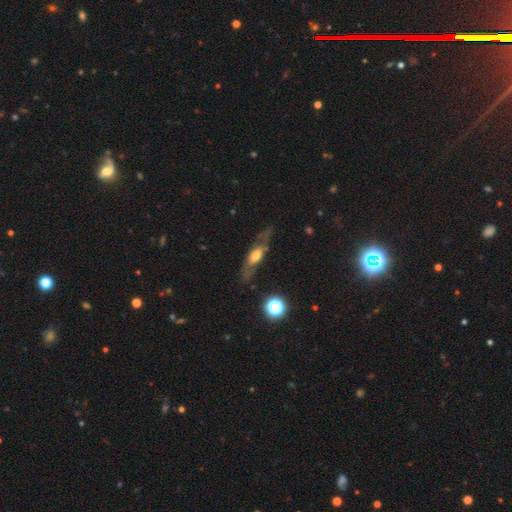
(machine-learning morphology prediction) The model was most divided on "edge-on disk": yes: 52%, no: 48%. More confident: merging — none (70%); smooth or featured — featured or disk (58%).